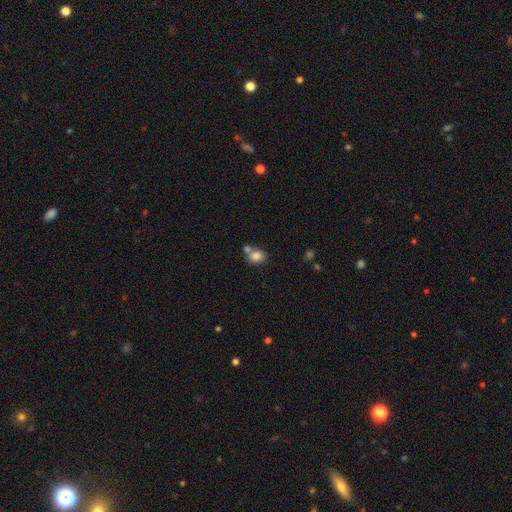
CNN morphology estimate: smooth 82%, star or artifact 10%, featured or disk 8%. Down the decision tree: how rounded — round (53%); merging — none (51%).